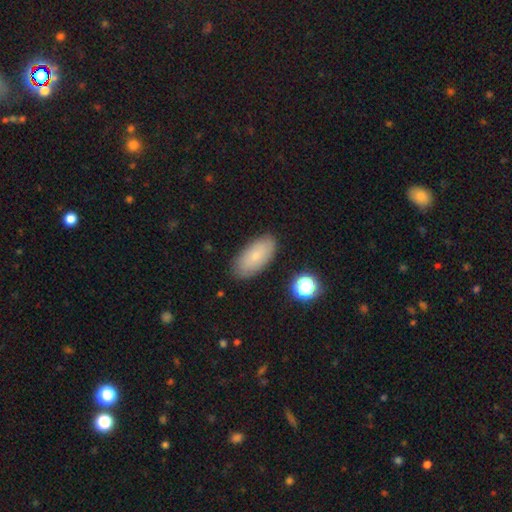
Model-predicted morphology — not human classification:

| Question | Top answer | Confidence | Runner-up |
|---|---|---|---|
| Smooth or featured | smooth | 76% | featured or disk (16%) |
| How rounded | in between | 91% | cigar-shaped (6%) |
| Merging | none | 85% | minor disturbance (11%) |